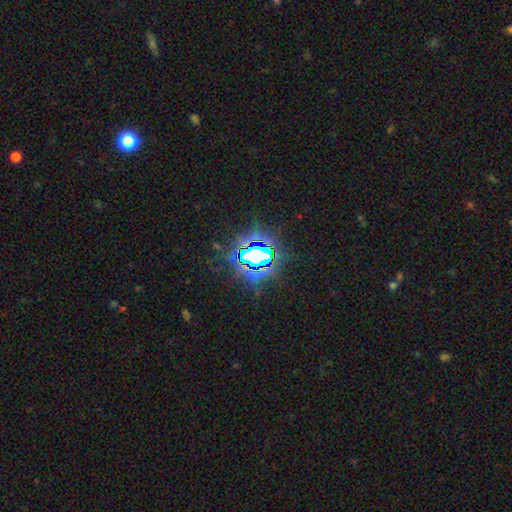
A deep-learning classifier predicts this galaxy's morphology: Overall: star or artifact (79%).